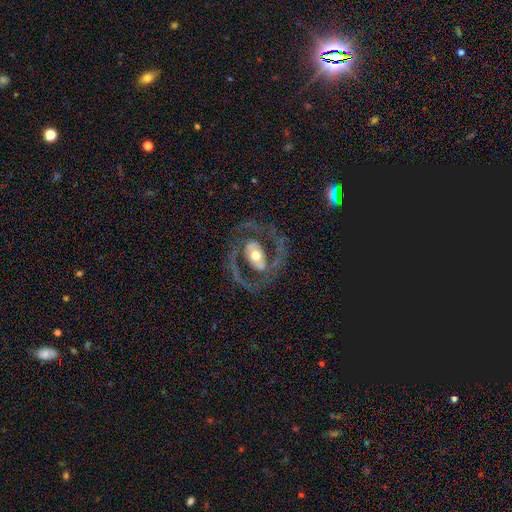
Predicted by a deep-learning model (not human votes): featured or disk 82%, smooth 13%, star or artifact 5%. Down the decision tree: edge-on disk — no (95%); bar — no (44%); spiral arms — yes (72%); spiral arm count — 2 (84%); spiral winding — medium (52%); bulge size — moderate (69%); merging — none (70%).